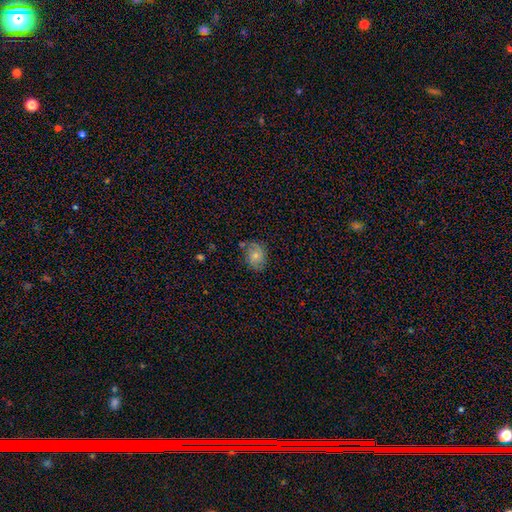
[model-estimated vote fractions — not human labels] smooth 60%, featured or disk 30%, star or artifact 10%. Down the decision tree: how rounded — in between (50%); merging — none (65%).